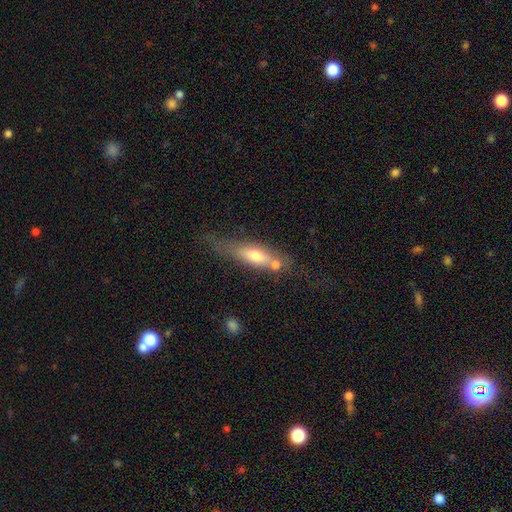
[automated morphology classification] The model was most divided on "smooth or featured": smooth: 53%, featured or disk: 40%, star or artifact: 7%. Remaining: how rounded — cigar-shaped (59%); merging — none (50%).